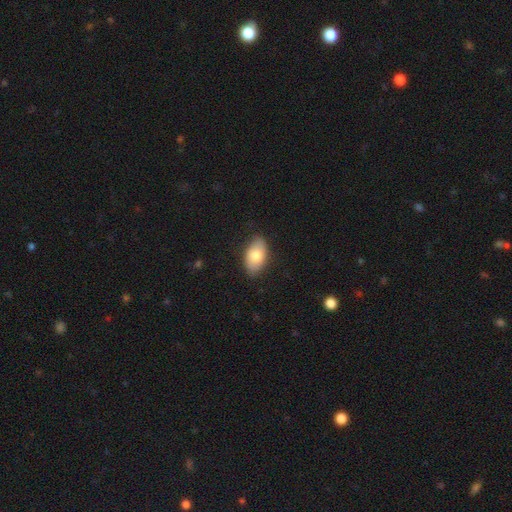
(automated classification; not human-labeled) smooth_or_featured: smooth (p=0.77) [alt: featured or disk p=0.17]
how_rounded: in between (p=0.93) [alt: round p=0.05]
merging: none (p=0.84) [alt: minor disturbance p=0.13]